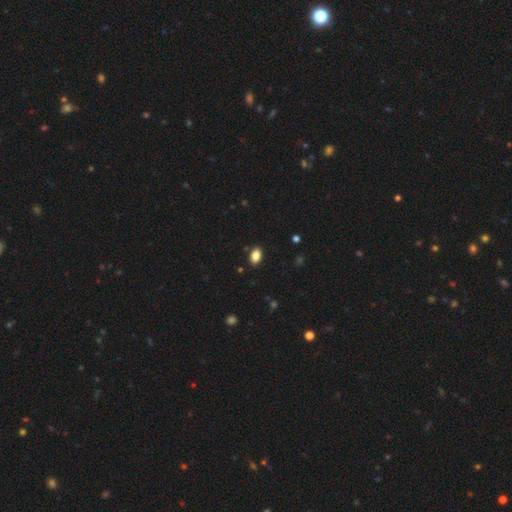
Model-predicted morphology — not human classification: Overall: smooth (86%). How rounded: in between (89%). Merging: none (88%).